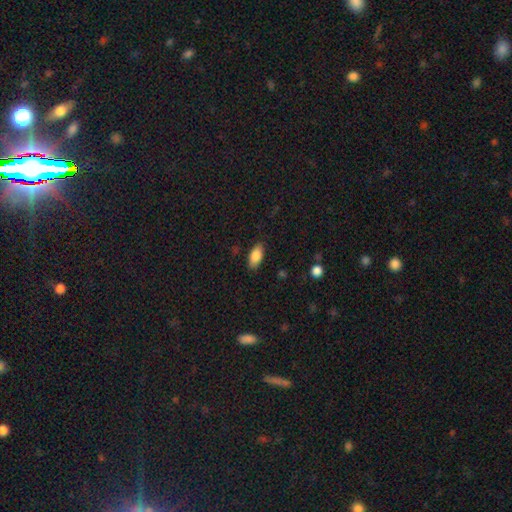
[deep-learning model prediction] Q: Smooth or featured?
A: smooth (85%); runner-up: featured or disk (8%)
Q: How rounded?
A: in between (90%); runner-up: cigar-shaped (7%)
Q: Merging?
A: none (84%); runner-up: minor disturbance (12%)